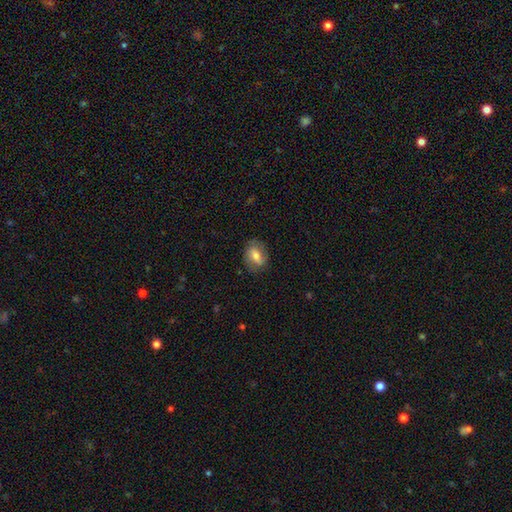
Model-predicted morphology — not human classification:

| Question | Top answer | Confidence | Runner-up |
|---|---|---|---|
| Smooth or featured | smooth | 58% | featured or disk (35%) |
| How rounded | in between | 66% | round (32%) |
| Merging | none | 77% | minor disturbance (16%) |